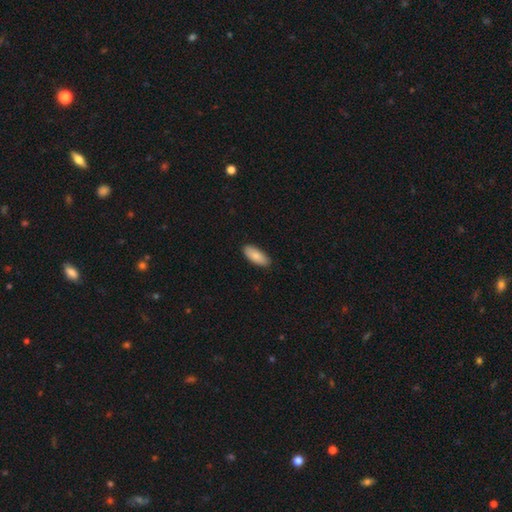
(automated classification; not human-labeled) This is clearly a smooth galaxy (85%). How rounded: clearly in between (85%). Merging: clearly none (87%).